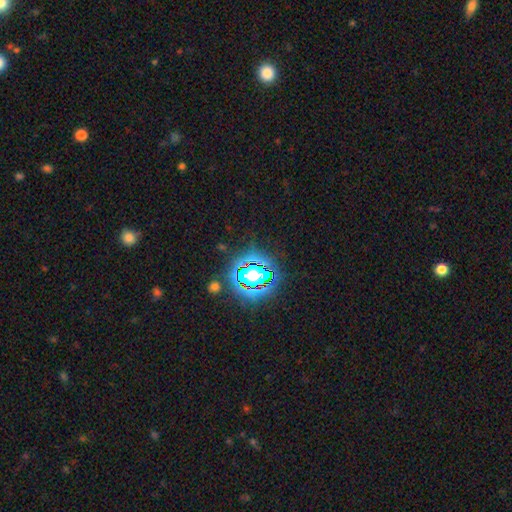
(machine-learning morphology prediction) Q: Smooth or featured?
A: star or artifact (79%); runner-up: smooth (13%)